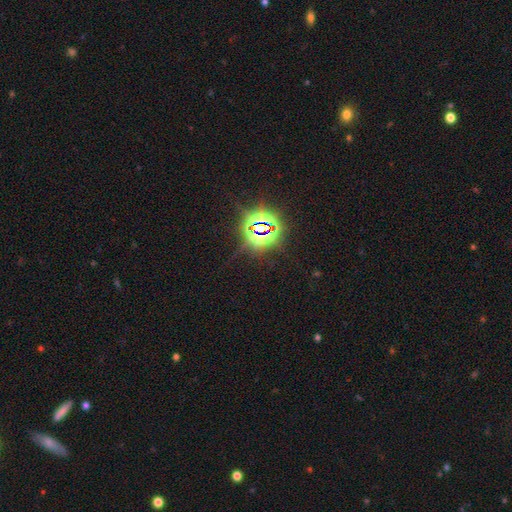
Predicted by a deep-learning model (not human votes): Q: Smooth or featured?
A: star or artifact (84%); runner-up: smooth (11%)